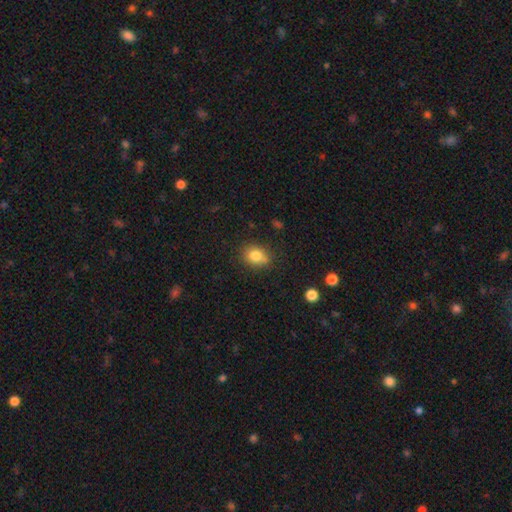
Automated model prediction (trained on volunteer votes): Smooth or featured?
  - smooth: 81% *
  - star or artifact: 11%
  - featured or disk: 8%
How rounded?
  - round: 60% *
  - in between: 39%
  - cigar-shaped: 1%
Merging?
  - none: 71% *
  - minor disturbance: 16%
  - merger: 9%
  - major disturbance: 4%